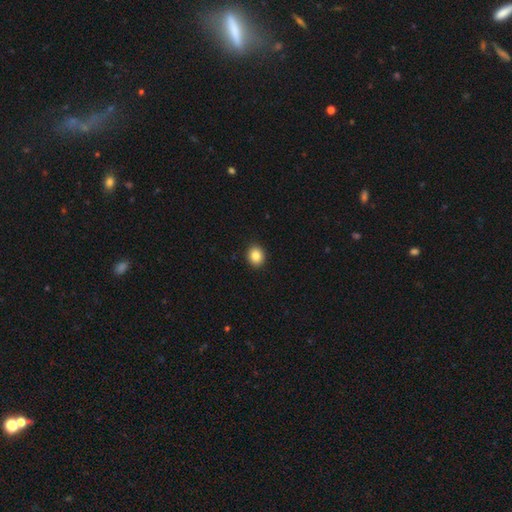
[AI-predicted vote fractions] Q: Smooth or featured?
A: smooth (86%); runner-up: star or artifact (9%)
Q: How rounded?
A: round (62%); runner-up: in between (37%)
Q: Merging?
A: none (91%); runner-up: minor disturbance (6%)